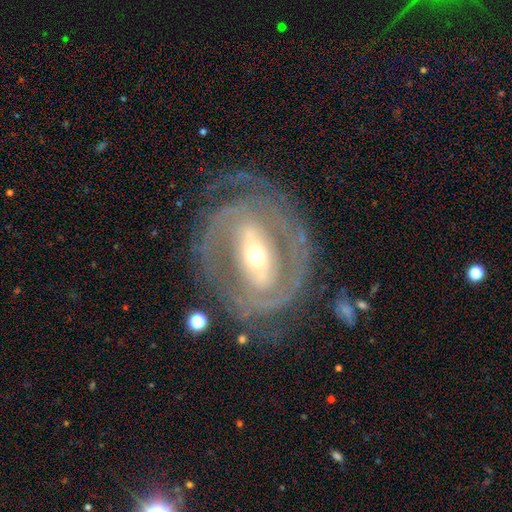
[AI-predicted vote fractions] A featured or disk galaxy (87%) with a strong bar (58%), 2 (55%) tight (64%) spiral arms (89%) and a small central bulge (52%).

Vote fractions:
- Smooth or featured? featured or disk: 87% / smooth: 7% / star or artifact: 5%
- Edge-on disk? no: 95% / yes: 5%
- Bar? strong: 58% / weak: 27% / no: 15%
- Spiral arms? yes: 89% / no: 11%
- Spiral winding? tight: 64% / medium: 28% / loose: 8%
- Spiral arm count? 2: 55% / can't tell: 20% / 3: 12% / 1: 5% / 4: 5% / more than 4: 3%
- Bulge size? small: 52% / moderate: 42% / large: 4% / dominant: 1% / none: 1%
- Merging? none: 72% / minor disturbance: 15% / major disturbance: 11% / merger: 2%